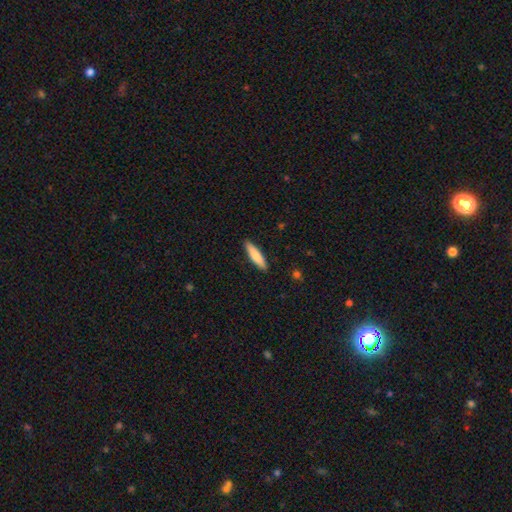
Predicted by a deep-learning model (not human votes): Overall: smooth (82%). How rounded: cigar-shaped (79%). Merging: none (90%).